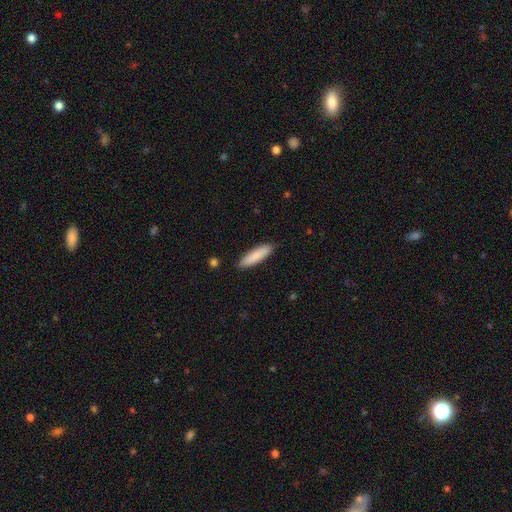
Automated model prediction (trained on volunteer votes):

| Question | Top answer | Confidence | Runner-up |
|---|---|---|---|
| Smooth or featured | smooth | 86% | featured or disk (8%) |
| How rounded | cigar-shaped | 70% | in between (29%) |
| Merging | none | 89% | minor disturbance (8%) |